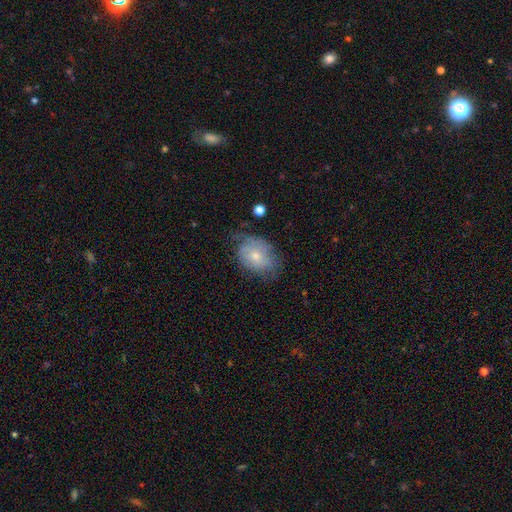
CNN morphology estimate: smooth 54%, featured or disk 38%, star or artifact 8%. Down the decision tree: how rounded — in between (71%); merging — none (51%).